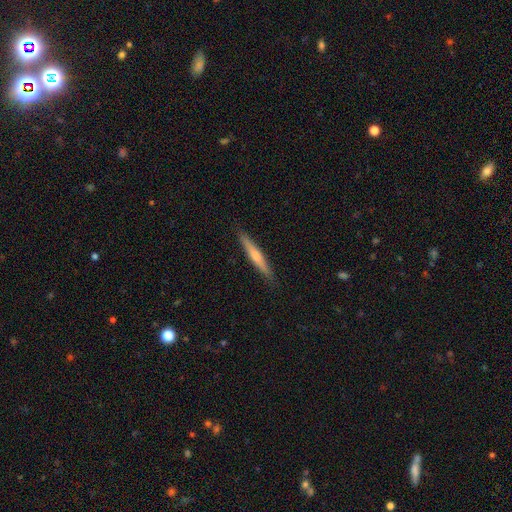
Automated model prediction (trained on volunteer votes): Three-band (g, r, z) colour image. It shows a smooth galaxy with no disk features (51%) that is cigar-shaped (94%). Merging: none (90%).